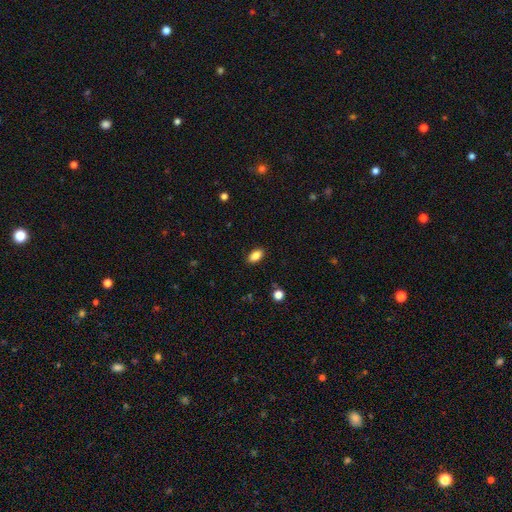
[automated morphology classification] Smooth or featured?
  - smooth: 86% *
  - star or artifact: 9%
  - featured or disk: 5%
How rounded?
  - in between: 90% *
  - round: 7%
  - cigar-shaped: 3%
Merging?
  - none: 88% *
  - minor disturbance: 9%
  - major disturbance: 2%
  - merger: 1%